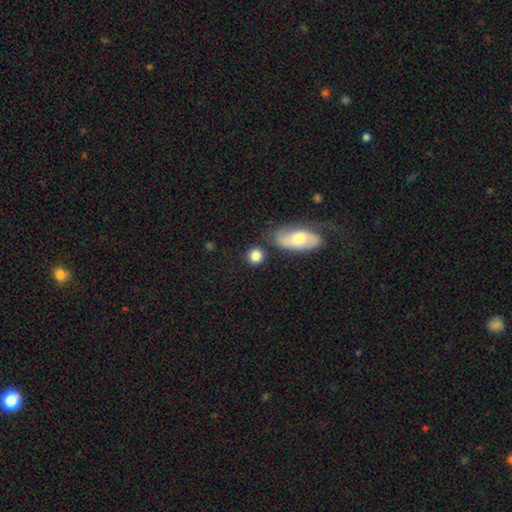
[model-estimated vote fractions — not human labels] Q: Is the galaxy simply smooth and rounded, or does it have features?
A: smooth — 84%.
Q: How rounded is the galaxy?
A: round — 83%.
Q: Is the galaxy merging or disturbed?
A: none — 76%.